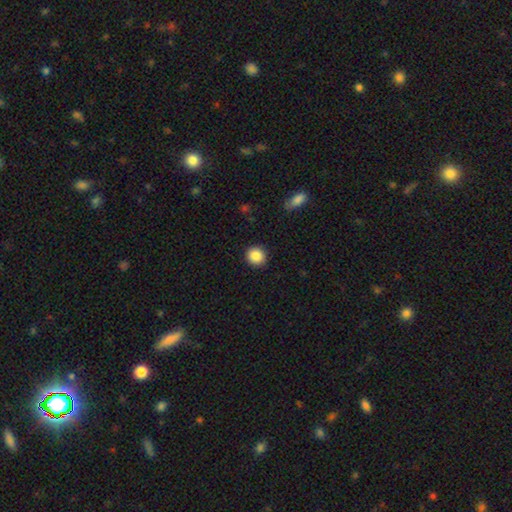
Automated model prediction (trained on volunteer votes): Q: Smooth or featured?
A: smooth (87%); runner-up: star or artifact (9%)
Q: How rounded?
A: round (90%); runner-up: in between (9%)
Q: Merging?
A: none (91%); runner-up: minor disturbance (6%)